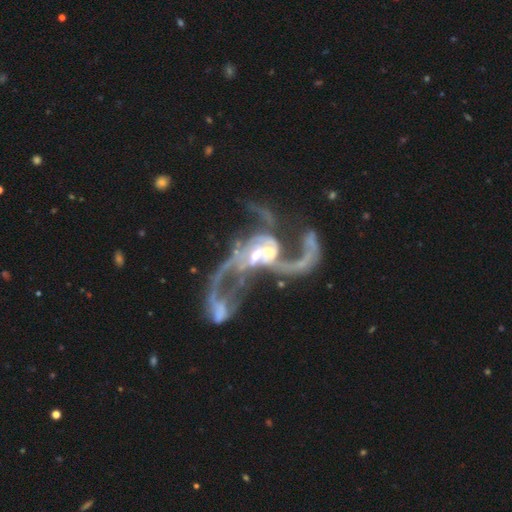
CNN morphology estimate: smooth-or-featured: featured or disk: 83% | smooth: 8% | star or artifact: 8%
  disk-edge-on: no: 97% | yes: 3%
    bar: no: 57% | weak: 30% | strong: 13%
    has-spiral-arms: yes: 78% | no: 22%
      spiral-winding: loose: 72% | medium: 21% | tight: 7%
      spiral-arm-count: 2: 45% | can't tell: 19% | 1: 15% | 3: 11% | 4: 5% | more than 4: 4%
    bulge-size: moderate: 53% | small: 23% | large: 15% | none: 7% | dominant: 3%
  merging: merger: 66% | major disturbance: 22% | none: 7% | minor disturbance: 5%